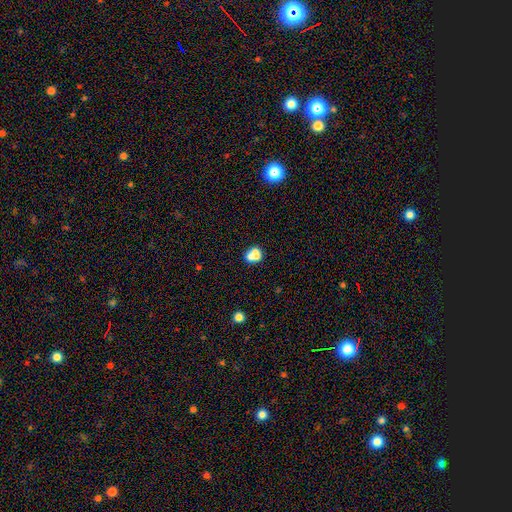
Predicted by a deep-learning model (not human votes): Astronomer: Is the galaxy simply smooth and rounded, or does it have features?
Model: smooth — 67%.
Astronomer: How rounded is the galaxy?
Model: round — 63%.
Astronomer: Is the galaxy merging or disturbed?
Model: merger — 48% (runner-up: none, 37%).